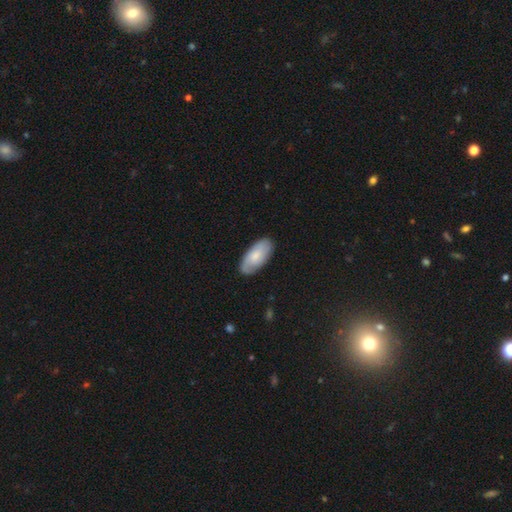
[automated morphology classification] smooth_or_featured: smooth (p=0.62) [alt: featured or disk p=0.32]
how_rounded: in between (p=0.92) [alt: cigar-shaped p=0.06]
merging: none (p=0.84) [alt: minor disturbance p=0.13]